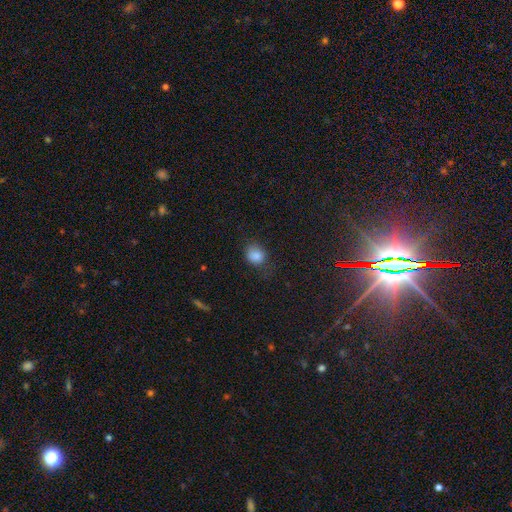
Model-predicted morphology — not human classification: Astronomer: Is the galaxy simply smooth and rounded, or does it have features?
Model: smooth — 84%.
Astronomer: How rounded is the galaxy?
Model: round — 64%.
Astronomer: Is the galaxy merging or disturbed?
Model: none — 63%.